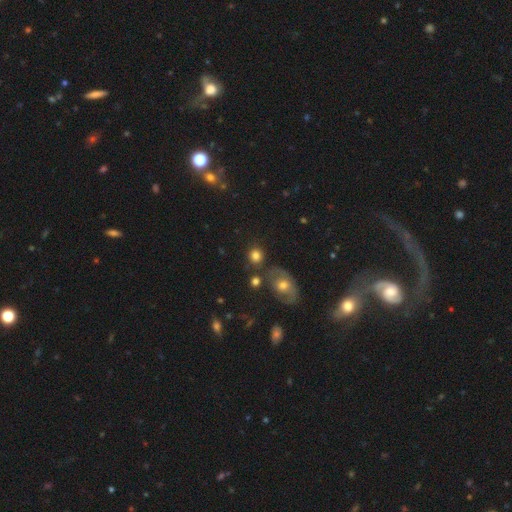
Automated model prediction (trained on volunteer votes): smooth-or-featured: smooth: 80% | star or artifact: 12% | featured or disk: 8%
  how-rounded: round: 82% | in between: 17% | cigar-shaped: 1%
  merging: none: 71% | minor disturbance: 13% | merger: 11% | major disturbance: 5%